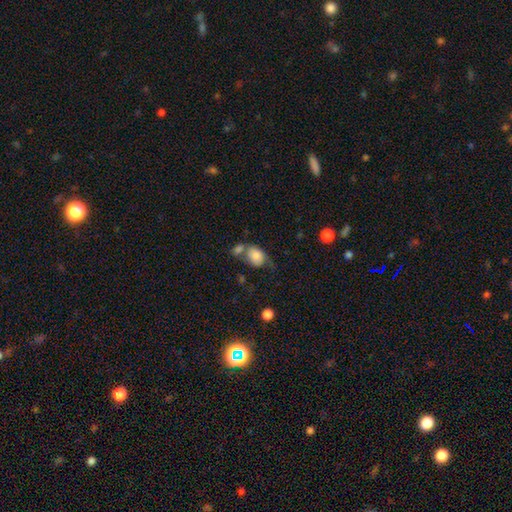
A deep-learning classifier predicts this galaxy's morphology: Q: Smooth or featured?
A: smooth (77%); runner-up: featured or disk (15%)
Q: How rounded?
A: in between (66%); runner-up: round (33%)
Q: Merging?
A: merger (34%); runner-up: none (29%)